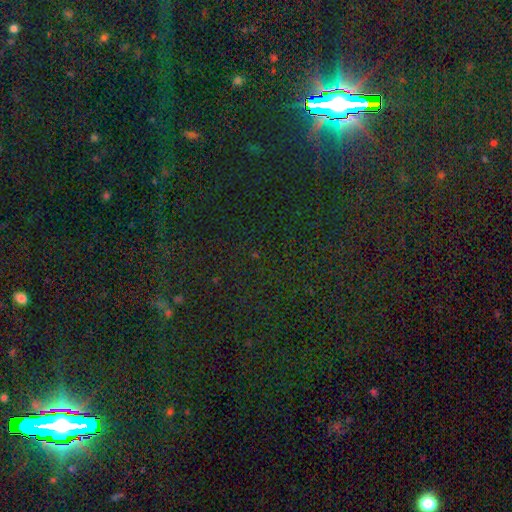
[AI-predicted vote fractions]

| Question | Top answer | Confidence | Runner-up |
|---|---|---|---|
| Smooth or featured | star or artifact | 82% | smooth (10%) |